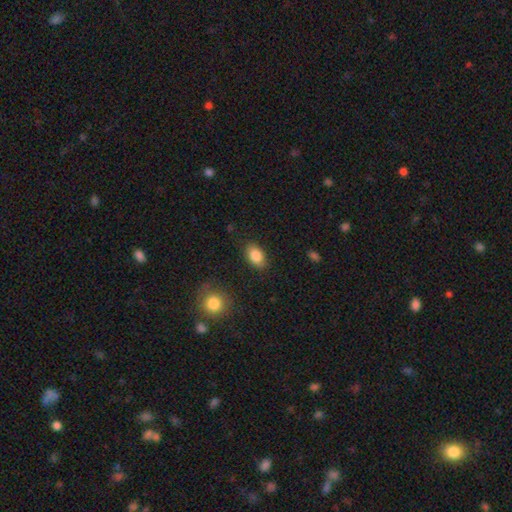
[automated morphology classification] A smooth galaxy with no disk features (86%) that is in between round and cigar-shaped (89%). Merging: none (84%).